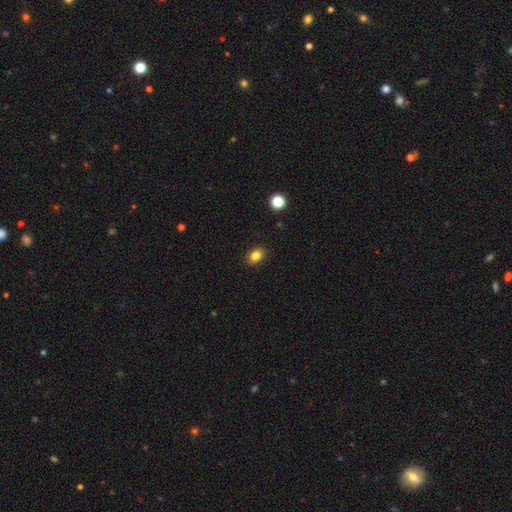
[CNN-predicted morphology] Smooth or featured: smooth — 84% (star or artifact — 10%)
How rounded: in between — 76% (round — 23%)
Merging: none — 89% (minor disturbance — 8%)